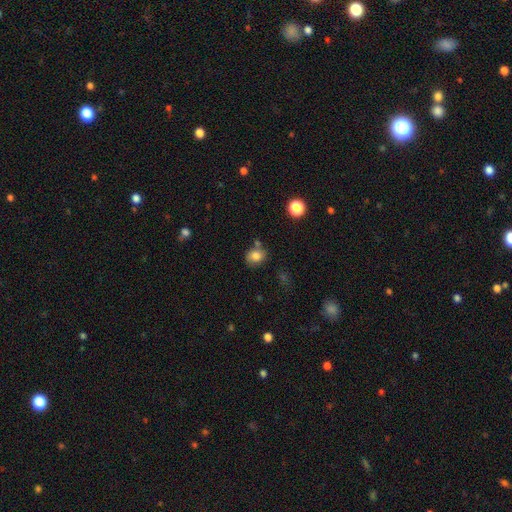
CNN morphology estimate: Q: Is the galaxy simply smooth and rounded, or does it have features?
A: smooth — 79%.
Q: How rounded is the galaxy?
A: round — 61%.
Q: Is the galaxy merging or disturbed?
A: none — 64%.